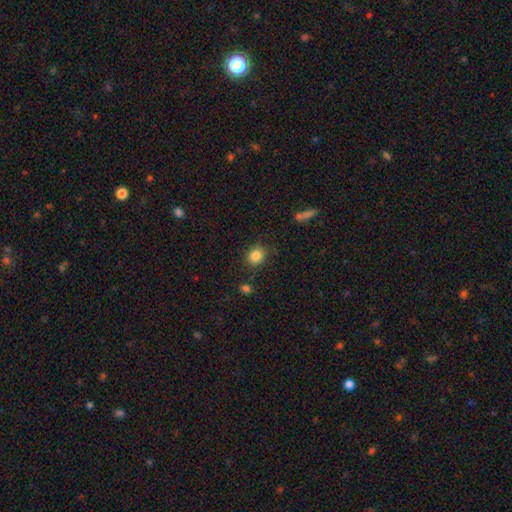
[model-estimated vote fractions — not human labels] Q: Smooth or featured?
A: smooth (84%); runner-up: star or artifact (11%)
Q: How rounded?
A: round (80%); runner-up: in between (19%)
Q: Merging?
A: none (84%); runner-up: minor disturbance (11%)